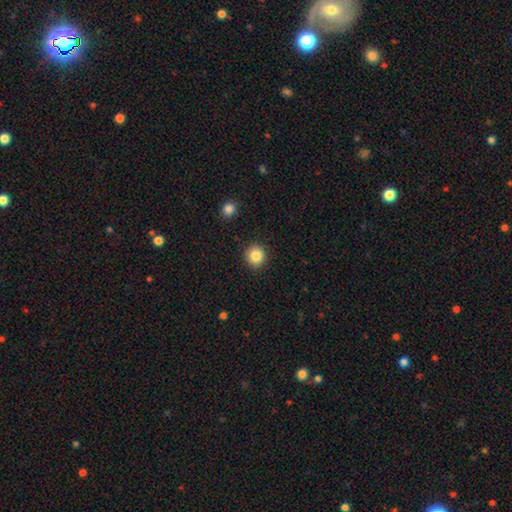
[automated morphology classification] The model was most divided on "smooth or featured": smooth: 85%, star or artifact: 10%, featured or disk: 5%. More confident: how rounded — round (91%); merging — none (91%).